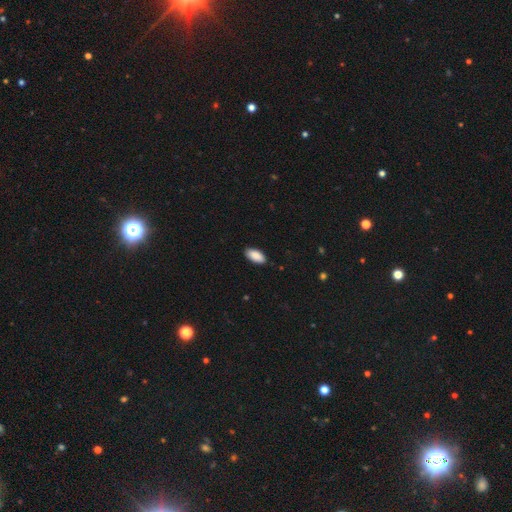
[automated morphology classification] A smooth galaxy with no disk features (90%) that is in between round and cigar-shaped (92%). Merging: none (88%).